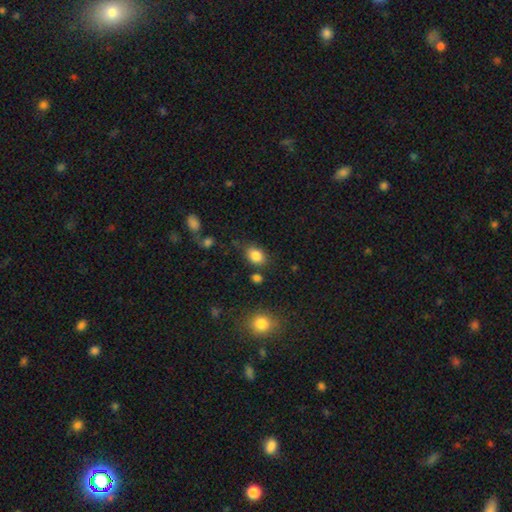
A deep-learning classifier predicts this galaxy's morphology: Q: Smooth or featured?
A: smooth (84%); runner-up: star or artifact (10%)
Q: How rounded?
A: in between (71%); runner-up: round (28%)
Q: Merging?
A: none (73%); runner-up: minor disturbance (16%)